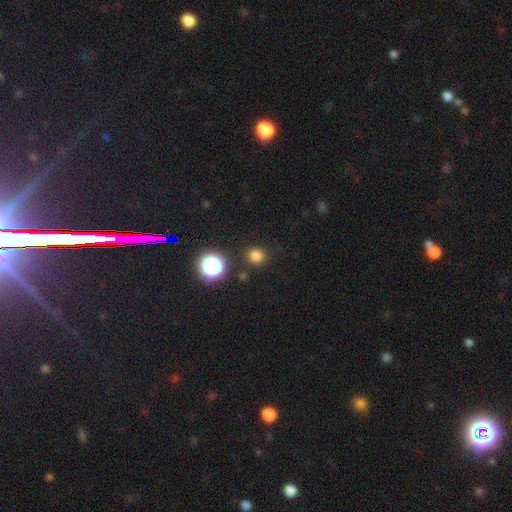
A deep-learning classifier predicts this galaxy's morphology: A smooth galaxy with no disk features (78%) that is round (89%). Merging: none (88%).